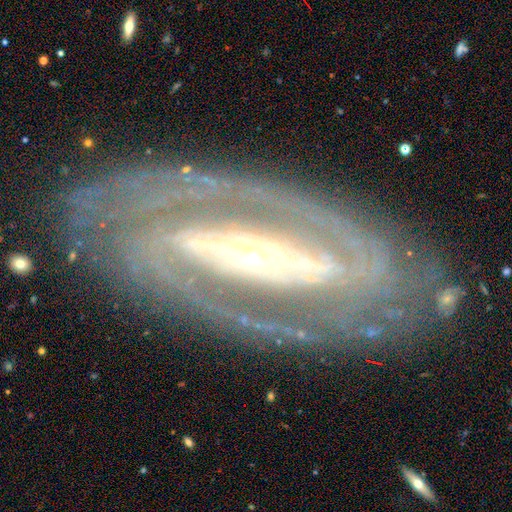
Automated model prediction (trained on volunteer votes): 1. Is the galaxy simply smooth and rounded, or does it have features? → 90% featured or disk, 5% smooth, 5% star or artifact.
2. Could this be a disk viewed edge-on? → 90% no, 10% yes.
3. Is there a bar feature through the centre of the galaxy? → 69% strong, 19% weak, 12% no.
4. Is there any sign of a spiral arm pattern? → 94% yes, 6% no.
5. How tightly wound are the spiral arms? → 56% tight, 34% medium, 10% loose.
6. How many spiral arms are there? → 70% 2, 12% can't tell, 7% 3, 4% 4, 4% 1, 4% more than 4.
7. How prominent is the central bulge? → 48% small, 43% moderate, 6% large, 2% none, 1% dominant.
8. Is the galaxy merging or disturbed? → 76% none, 15% minor disturbance, 7% major disturbance, 2% merger.